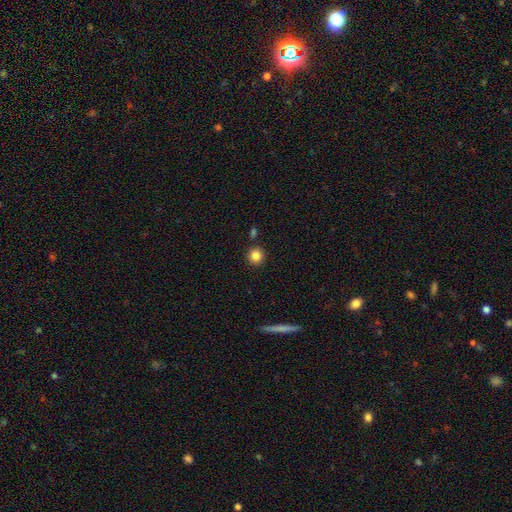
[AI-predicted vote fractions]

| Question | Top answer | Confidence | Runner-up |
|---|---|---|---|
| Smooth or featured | smooth | 84% | star or artifact (11%) |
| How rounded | round | 92% | in between (7%) |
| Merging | none | 88% | minor disturbance (6%) |